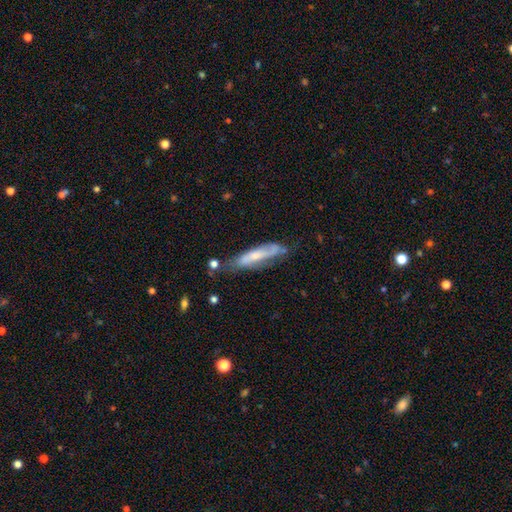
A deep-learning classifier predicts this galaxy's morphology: The model was most divided on "smooth or featured": featured or disk: 54%, smooth: 40%, star or artifact: 7%. More confident: edge-on disk — no (58%); merging — none (57%).